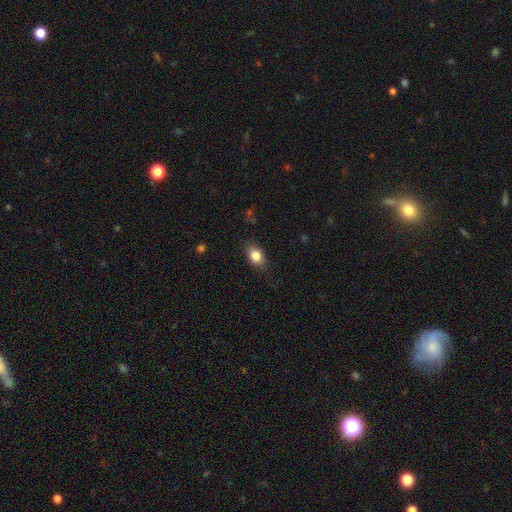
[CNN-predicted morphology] This appears to be a smooth galaxy with no disk features (83%) that is in between round and cigar-shaped (80%). Merging: none (82%).